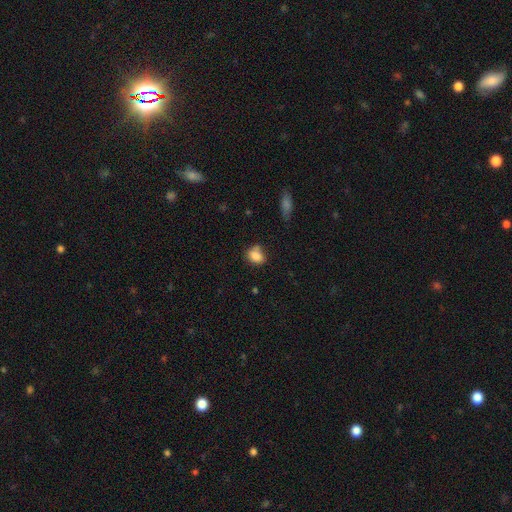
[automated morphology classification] This is clearly a smooth galaxy (83%). How rounded: likely in between (65%). Merging: possibly none (54%).